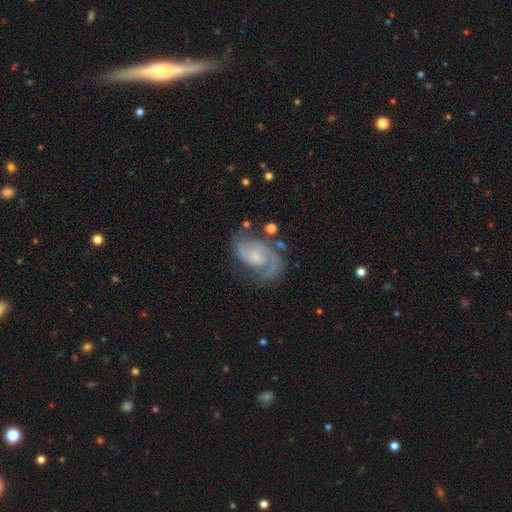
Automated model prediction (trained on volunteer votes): A featured or disk galaxy (88%) with no bar (60%), 2 (86%) medium (49%) spiral arms (97%) and a small central bulge (53%).

Vote fractions:
- Smooth or featured? featured or disk: 88% / smooth: 6% / star or artifact: 5%
- Edge-on disk? no: 98% / yes: 2%
- Bar? no: 60% / weak: 34% / strong: 6%
- Spiral arms? yes: 97% / no: 3%
- Spiral winding? medium: 49% / tight: 39% / loose: 12%
- Spiral arm count? 2: 86% / 1: 5% / can't tell: 4% / 3: 2% / 4: 1% / more than 4: 1%
- Bulge size? small: 53% / moderate: 25% / none: 17% / large: 3% / dominant: 1%
- Merging? none: 71% / minor disturbance: 18% / major disturbance: 9% / merger: 3%